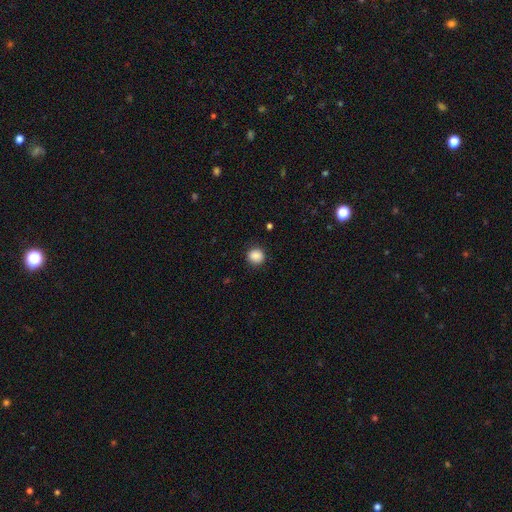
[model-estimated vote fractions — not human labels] Overall: smooth (87%). How rounded: round (89%). Merging: none (88%).